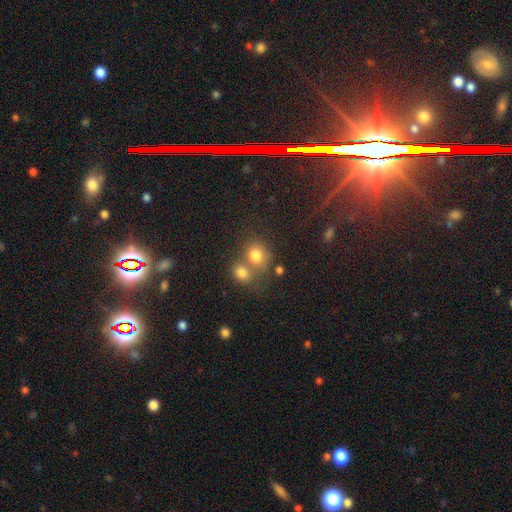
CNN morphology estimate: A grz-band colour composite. It shows a smooth galaxy with no disk features (78%) that is round (72%). Merging: merger (45%).